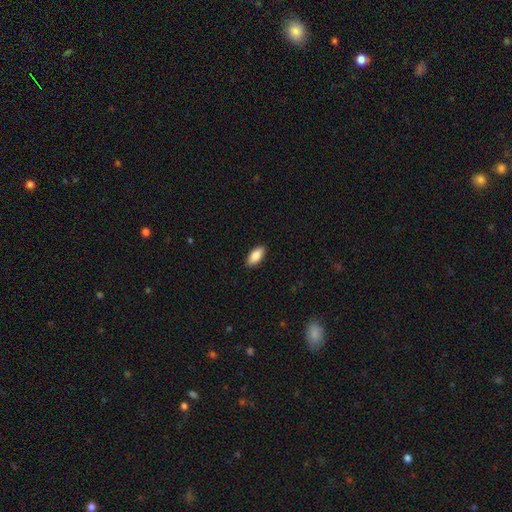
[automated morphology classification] type=smooth (84%); roundness=in between (86%); merging=none (89%).